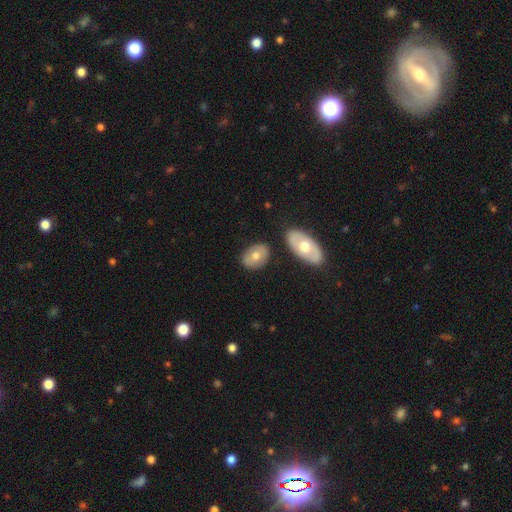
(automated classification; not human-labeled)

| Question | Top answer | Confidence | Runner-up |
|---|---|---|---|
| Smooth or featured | smooth | 63% | featured or disk (31%) |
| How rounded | in between | 79% | round (20%) |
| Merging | none | 77% | minor disturbance (13%) |